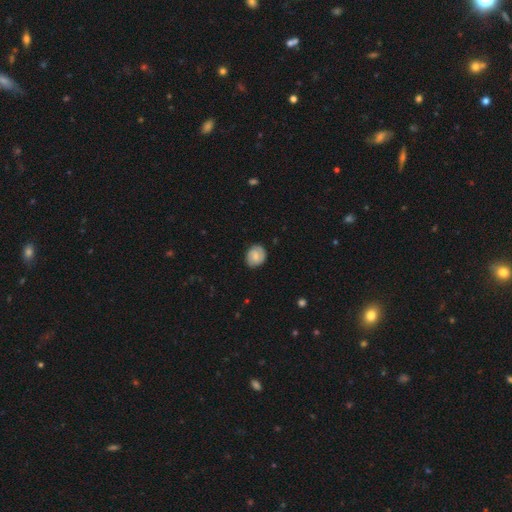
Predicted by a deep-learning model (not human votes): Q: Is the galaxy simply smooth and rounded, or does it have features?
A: smooth — 56%.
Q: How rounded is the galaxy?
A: round — 70%.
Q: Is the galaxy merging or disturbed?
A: none — 83%.